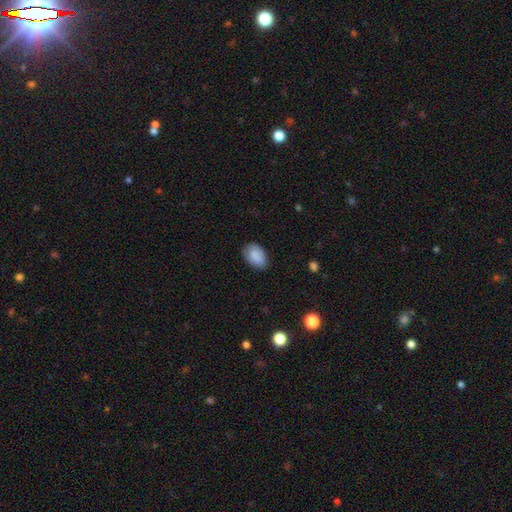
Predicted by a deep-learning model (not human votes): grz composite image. It shows a smooth galaxy with no disk features (80%) that is in between round and cigar-shaped (86%). Merging: none (70%).